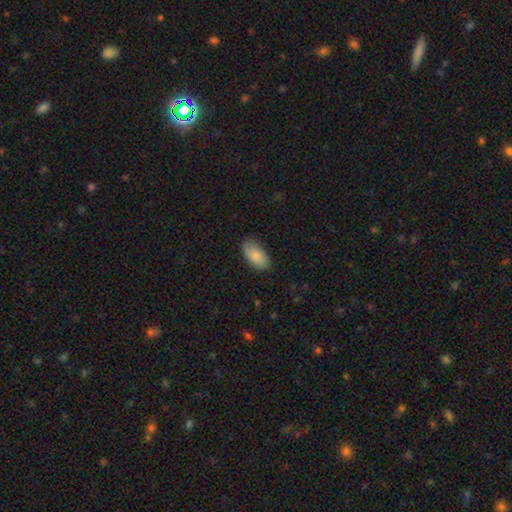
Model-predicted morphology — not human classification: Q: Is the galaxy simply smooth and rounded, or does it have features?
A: smooth — 85%.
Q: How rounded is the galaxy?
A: in between — 94%.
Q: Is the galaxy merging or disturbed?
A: none — 80%.